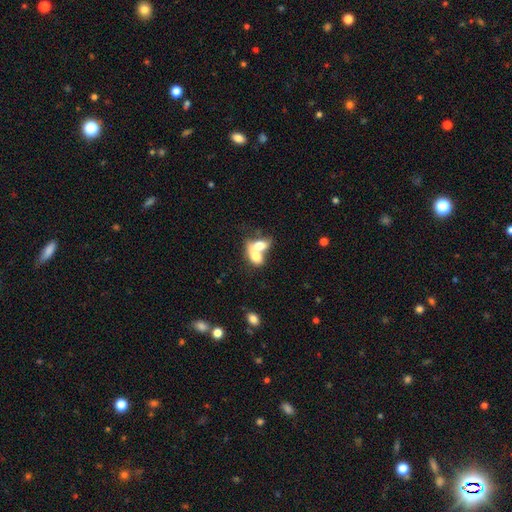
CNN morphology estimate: Smooth or featured? smooth (69%)
How rounded? in between (81%)
Merging? merger (78%)